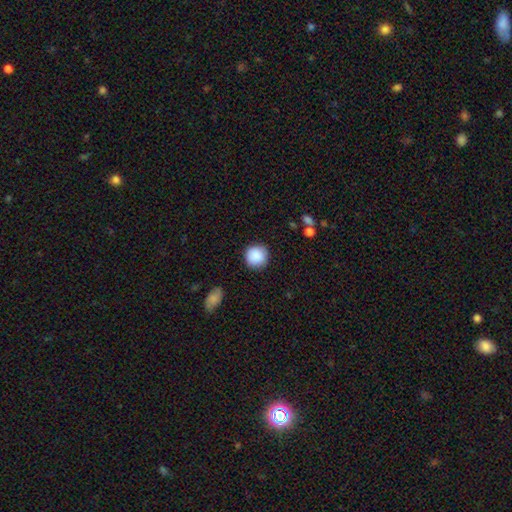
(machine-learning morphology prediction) A smooth galaxy with no disk features (89%) that is round (94%). Merging: none (89%).